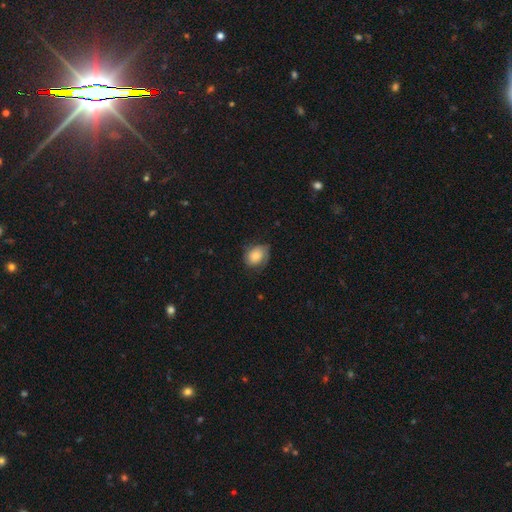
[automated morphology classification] Smooth or featured: smooth — 63% (featured or disk — 29%)
How rounded: in between — 55% (round — 44%)
Merging: none — 58% (minor disturbance — 28%)